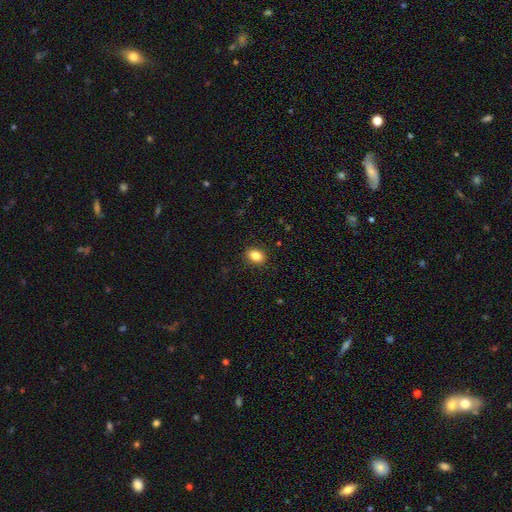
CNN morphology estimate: Smooth or featured? smooth (84%)
How rounded? in between (65%)
Merging? none (88%)